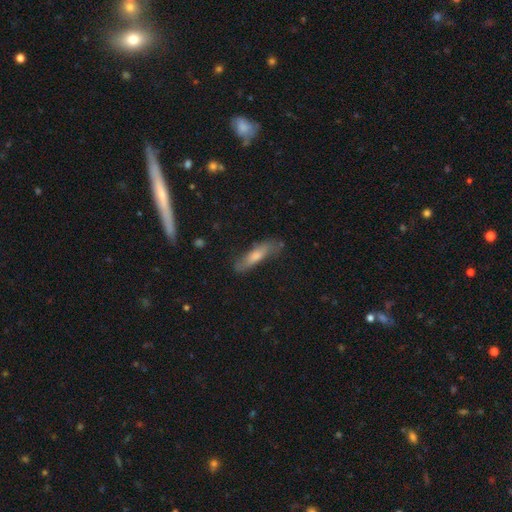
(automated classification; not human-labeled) A smooth galaxy with no disk features (51%) that is cigar-shaped (74%).

Vote fractions:
- Smooth or featured? smooth: 51% / featured or disk: 40% / star or artifact: 9%
- How rounded? cigar-shaped: 74% / in between: 24% / round: 2%
- Merging? none: 69% / minor disturbance: 22% / major disturbance: 7% / merger: 2%